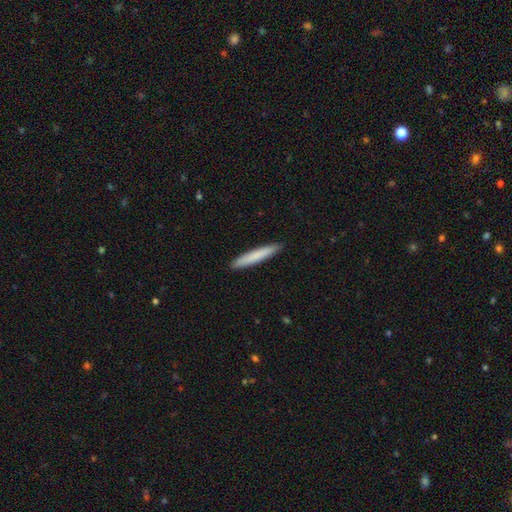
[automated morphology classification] type=smooth (79%); roundness=cigar-shaped (95%); merging=none (92%).